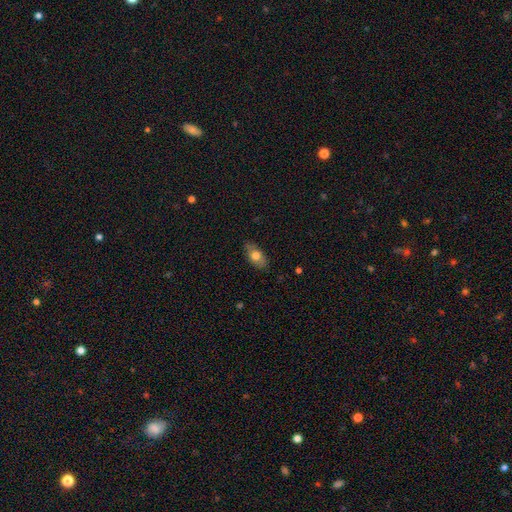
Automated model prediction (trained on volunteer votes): A smooth galaxy with no disk features (70%) that is in between round and cigar-shaped (89%).

Vote fractions:
- Smooth or featured? smooth: 70% / featured or disk: 23% / star or artifact: 7%
- How rounded? in between: 89% / round: 6% / cigar-shaped: 5%
- Merging? none: 79% / minor disturbance: 16% / major disturbance: 3% / merger: 1%